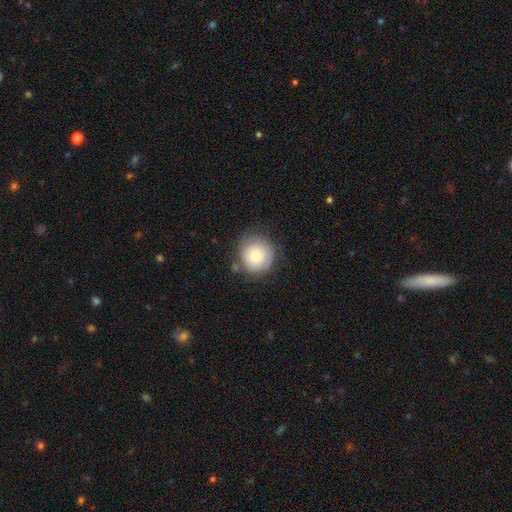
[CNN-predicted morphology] Smooth or featured?
  - smooth: 70% *
  - featured or disk: 21%
  - star or artifact: 9%
How rounded?
  - round: 94% *
  - in between: 5%
  - cigar-shaped: 1%
Merging?
  - none: 74% *
  - minor disturbance: 17%
  - major disturbance: 6%
  - merger: 3%